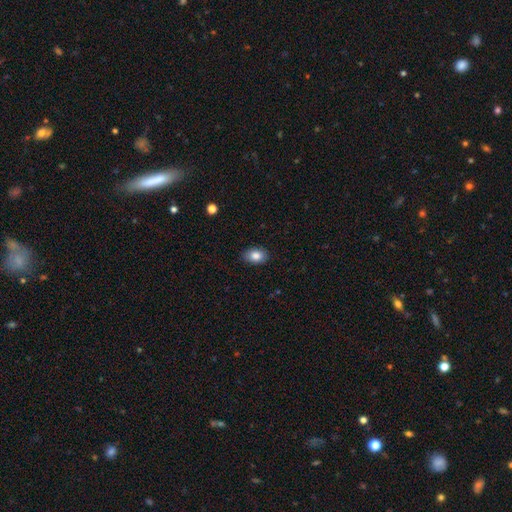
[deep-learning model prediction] smooth 84%, star or artifact 8%, featured or disk 8%. Down the decision tree: how rounded — in between (82%); merging — none (88%).